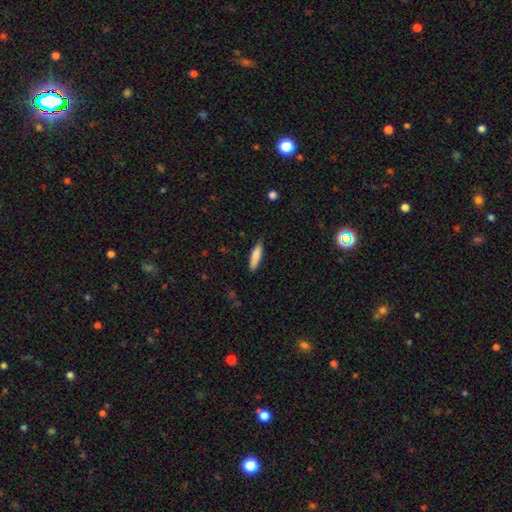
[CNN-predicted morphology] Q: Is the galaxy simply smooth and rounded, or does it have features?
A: smooth — 82%.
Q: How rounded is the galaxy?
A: cigar-shaped — 75%.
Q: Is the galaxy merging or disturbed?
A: none — 81%.